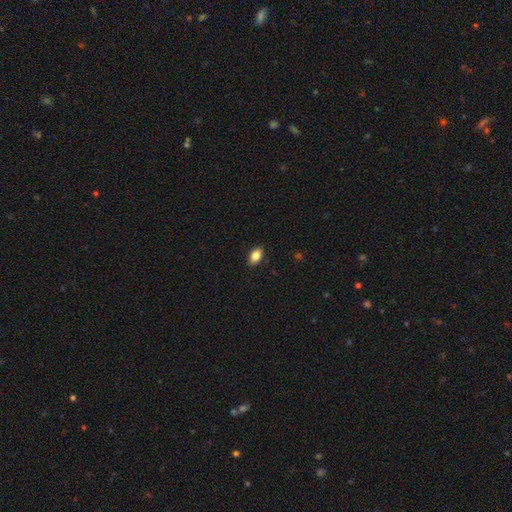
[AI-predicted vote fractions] A smooth galaxy with no disk features (83%) that is in between round and cigar-shaped (88%). Merging: none (88%).